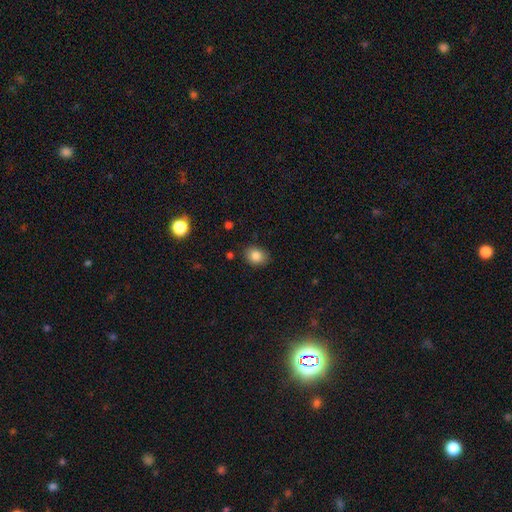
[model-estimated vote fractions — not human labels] A smooth galaxy with no disk features (84%) that is in between round and cigar-shaped (55%).

Vote fractions:
- Smooth or featured? smooth: 84% / star or artifact: 10% / featured or disk: 6%
- How rounded? in between: 55% / round: 44% / cigar-shaped: 1%
- Merging? none: 84% / minor disturbance: 12% / major disturbance: 3% / merger: 2%